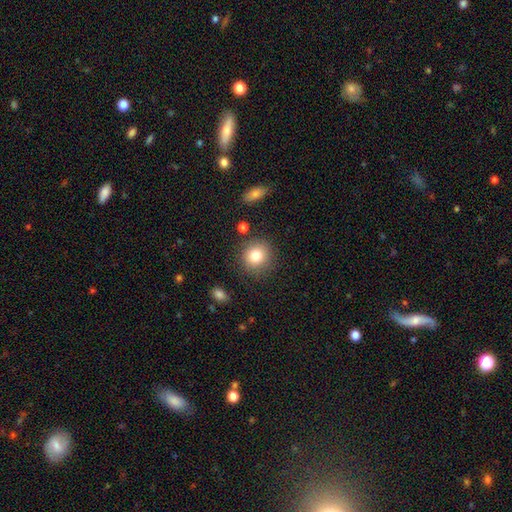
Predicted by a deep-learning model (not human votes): smooth 80%, star or artifact 11%, featured or disk 9%. Down the decision tree: how rounded — round (87%); merging — none (85%).